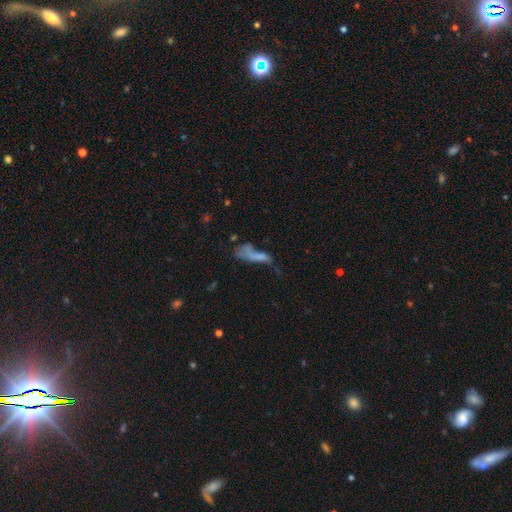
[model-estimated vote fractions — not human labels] Smooth or featured?
  - smooth: 50% *
  - featured or disk: 33%
  - star or artifact: 17%
How rounded?
  - cigar-shaped: 48% * (tied)
  - in between: 48% * (tied)
  - round: 5%
Merging?
  - major disturbance: 37% *
  - merger: 24%
  - none: 22%
  - minor disturbance: 16%